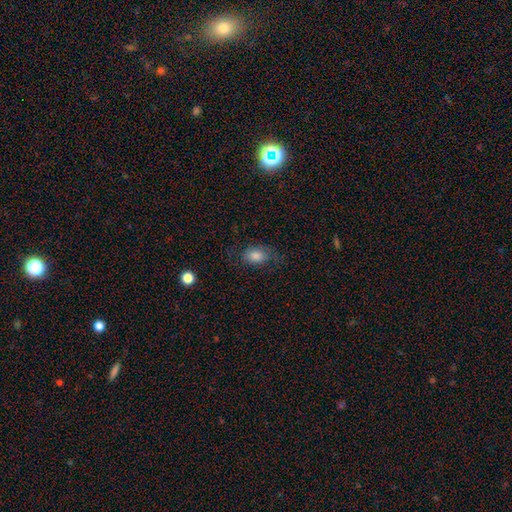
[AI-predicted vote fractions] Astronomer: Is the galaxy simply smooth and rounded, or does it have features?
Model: smooth — 78%.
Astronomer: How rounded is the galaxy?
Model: in between — 78%.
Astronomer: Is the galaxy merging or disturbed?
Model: none — 64%.